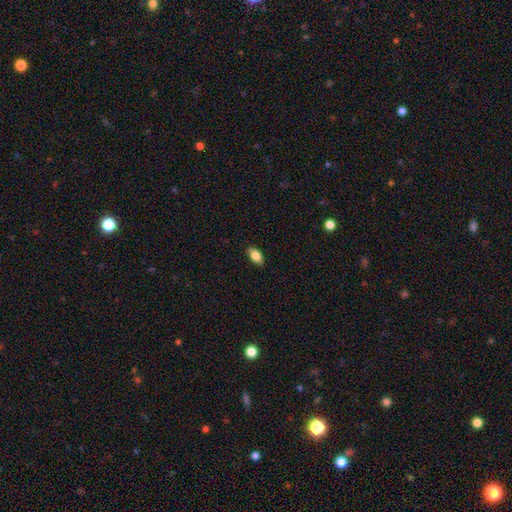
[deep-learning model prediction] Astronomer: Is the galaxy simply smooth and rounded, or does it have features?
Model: smooth — 77%.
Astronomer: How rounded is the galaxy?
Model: in between — 88%.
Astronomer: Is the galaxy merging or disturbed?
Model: none — 87%.